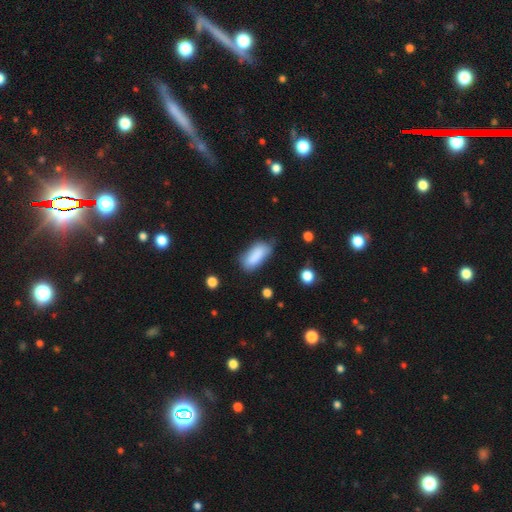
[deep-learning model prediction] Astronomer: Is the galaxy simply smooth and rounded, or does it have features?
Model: smooth — 85%.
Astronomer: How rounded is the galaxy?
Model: in between — 85%.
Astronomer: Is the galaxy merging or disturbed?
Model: none — 56% (runner-up: minor disturbance, 31%).